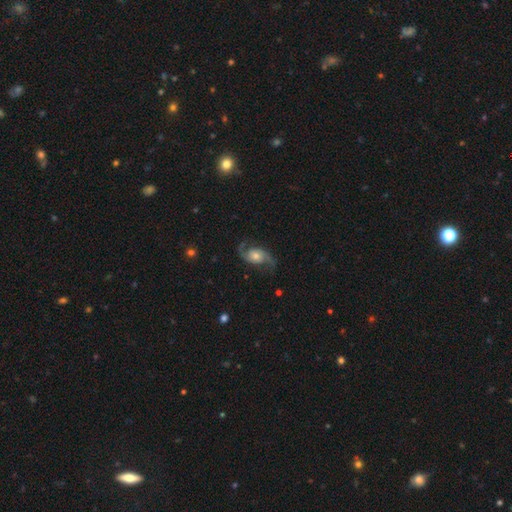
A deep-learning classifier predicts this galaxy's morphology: smooth-or-featured: featured or disk: 85% | smooth: 9% | star or artifact: 7%
  disk-edge-on: no: 97% | yes: 3%
    bar: no: 68% | weak: 26% | strong: 7%
    has-spiral-arms: yes: 96% | no: 4%
      spiral-winding: loose: 57% | medium: 35% | tight: 8%
      spiral-arm-count: 2: 93% | can't tell: 2% | 1: 2% | 3: 1% | 4: 1% | more than 4: 1%
    bulge-size: moderate: 51% | small: 29% | large: 13% | none: 4% | dominant: 3%
  merging: none: 77% | minor disturbance: 14% | major disturbance: 8% | merger: 1%